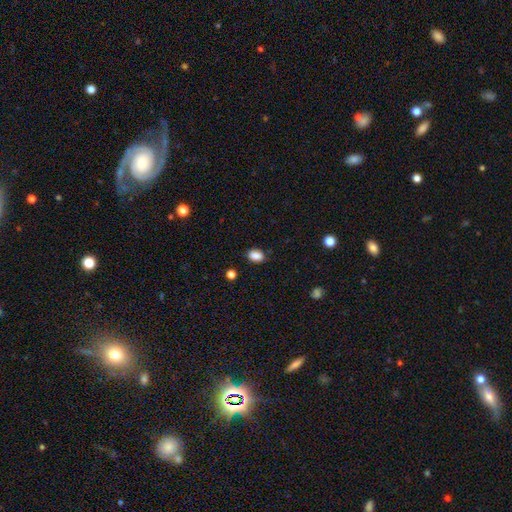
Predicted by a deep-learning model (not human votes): Smooth or featured?
  - smooth: 87% *
  - star or artifact: 9%
  - featured or disk: 3%
How rounded?
  - in between: 79% *
  - round: 19%
  - cigar-shaped: 1%
Merging?
  - none: 82% *
  - minor disturbance: 14%
  - major disturbance: 3%
  - merger: 2%